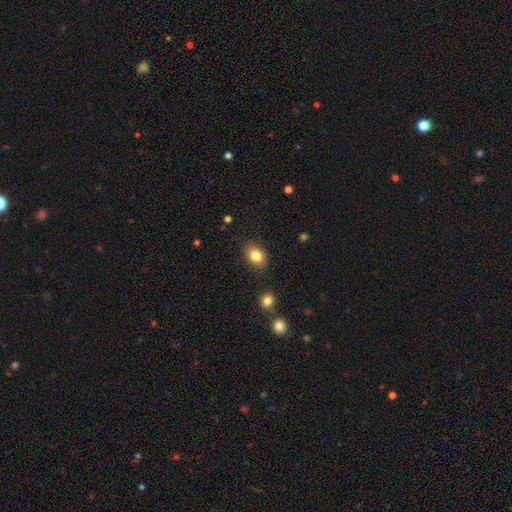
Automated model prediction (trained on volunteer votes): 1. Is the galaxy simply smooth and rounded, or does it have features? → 84% smooth, 9% star or artifact, 7% featured or disk.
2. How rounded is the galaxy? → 75% in between, 24% round, 1% cigar-shaped.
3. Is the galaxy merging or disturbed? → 86% none, 10% minor disturbance, 3% major disturbance, 2% merger.